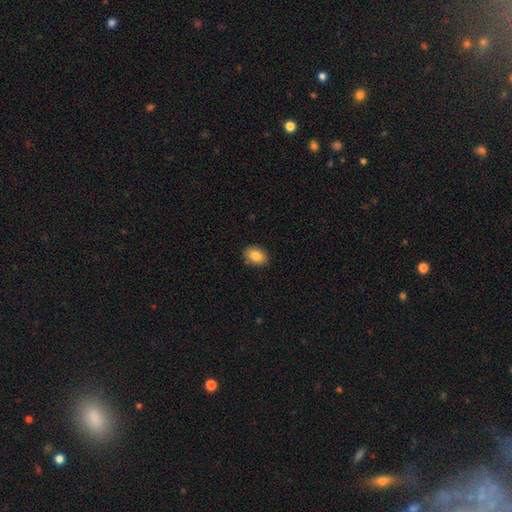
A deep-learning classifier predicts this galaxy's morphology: Q: Smooth or featured?
A: smooth (84%); runner-up: featured or disk (8%)
Q: How rounded?
A: in between (77%); runner-up: round (22%)
Q: Merging?
A: none (86%); runner-up: minor disturbance (10%)